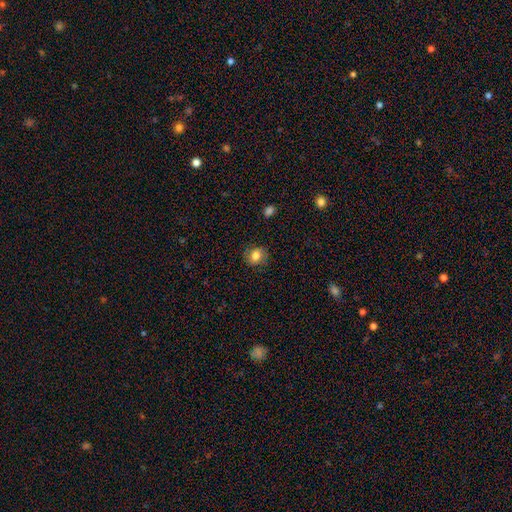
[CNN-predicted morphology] The model was most divided on "how rounded": round: 70%, in between: 29%, cigar-shaped: 1%. More confident: merging — none (85%); smooth or featured — smooth (81%).